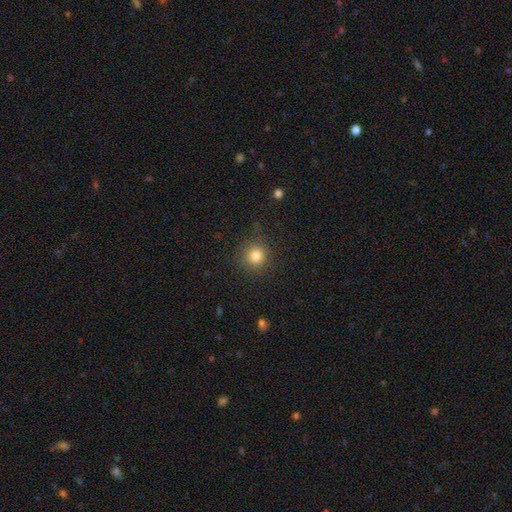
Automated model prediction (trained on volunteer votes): The model was most divided on "smooth or featured": smooth: 82%, star or artifact: 12%, featured or disk: 6%. More confident: how rounded — round (93%); merging — none (87%).